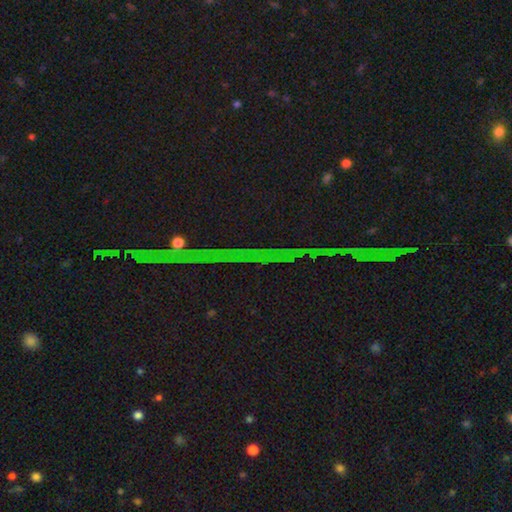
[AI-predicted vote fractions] Q: Smooth or featured?
A: star or artifact (86%); runner-up: featured or disk (8%)